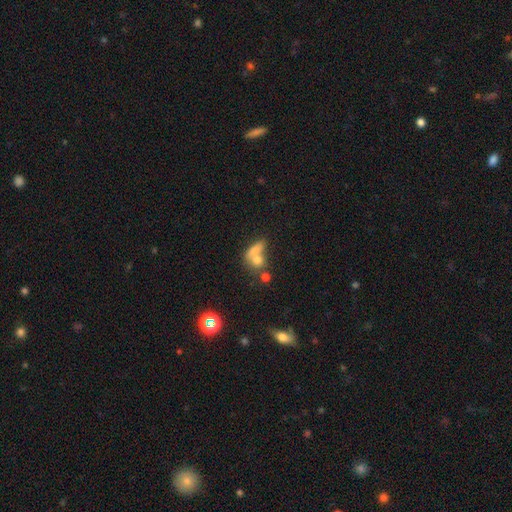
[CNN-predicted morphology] Smooth or featured?
  - smooth: 69% *
  - featured or disk: 17%
  - star or artifact: 13%
How rounded?
  - in between: 45% *
  - round: 44%
  - cigar-shaped: 11%
Merging?
  - merger: 49% *
  - none: 32%
  - minor disturbance: 10%
  - major disturbance: 9%